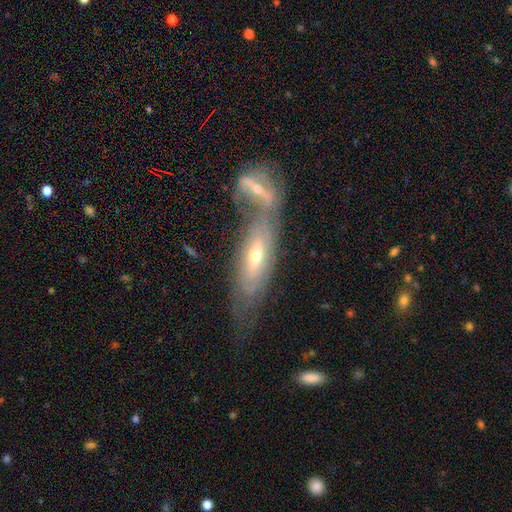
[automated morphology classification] Smooth or featured: featured or disk — 66% (smooth — 27%)
Edge-on disk: no — 73% (yes — 27%)
Merging: merger — 55% (none — 25%)